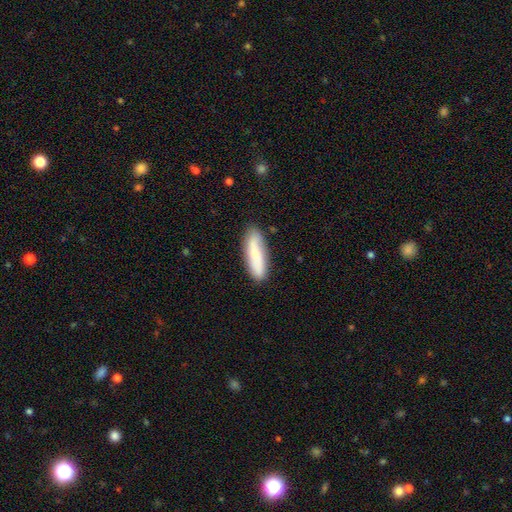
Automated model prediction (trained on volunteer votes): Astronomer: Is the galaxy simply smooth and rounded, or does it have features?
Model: smooth — 70%.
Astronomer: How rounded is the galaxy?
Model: cigar-shaped — 57% (runner-up: in between, 41%).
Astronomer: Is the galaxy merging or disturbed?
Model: none — 83%.